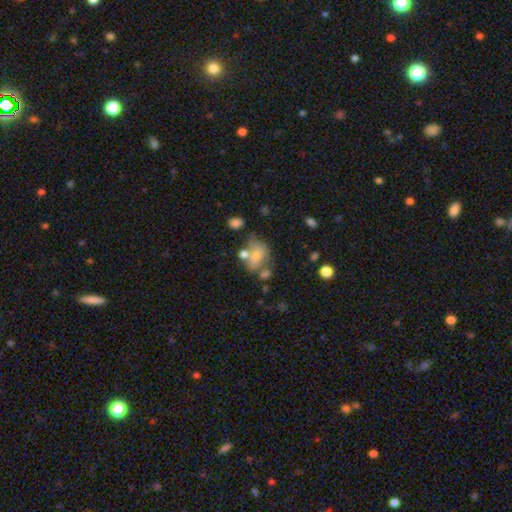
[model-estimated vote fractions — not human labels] Smooth or featured? smooth (57%)
How rounded? in between (72%)
Merging? none (41%)